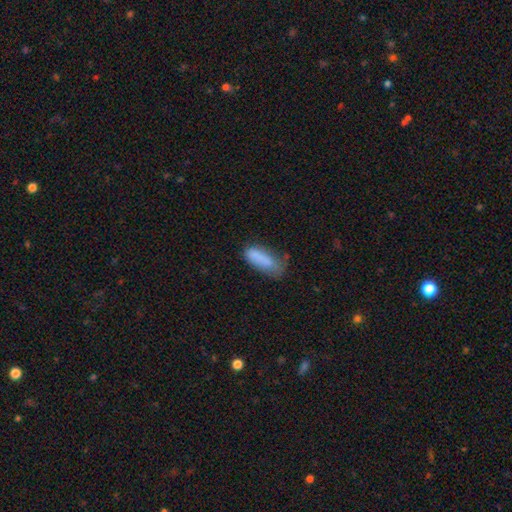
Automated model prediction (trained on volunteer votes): Smooth or featured?
  - smooth: 81% *
  - featured or disk: 11%
  - star or artifact: 8%
How rounded?
  - in between: 65% *
  - cigar-shaped: 33%
  - round: 2%
Merging?
  - none: 40% *
  - minor disturbance: 36%
  - major disturbance: 19%
  - merger: 5%